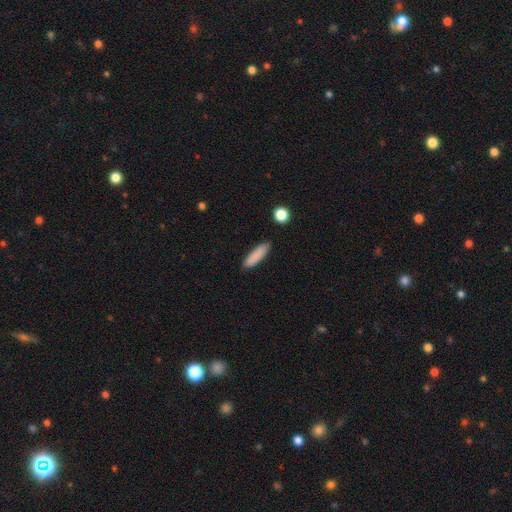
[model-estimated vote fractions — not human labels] smooth 87%, featured or disk 7%, star or artifact 7%. Down the decision tree: how rounded — cigar-shaped (65%); merging — none (86%).